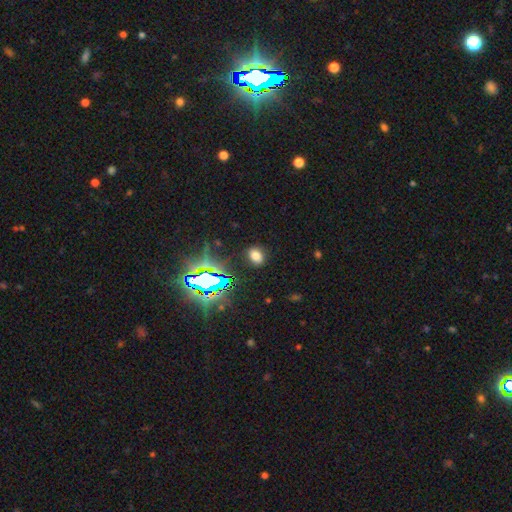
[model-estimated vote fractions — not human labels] Smooth or featured? Predicted: smooth (p=0.66). How rounded? Predicted: in between (p=0.66). Merging? Predicted: none (p=0.86).